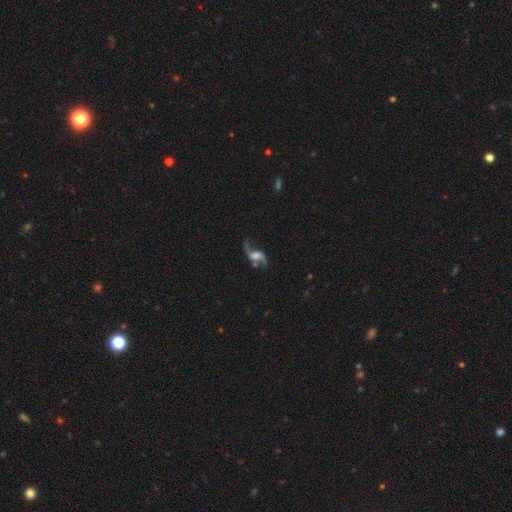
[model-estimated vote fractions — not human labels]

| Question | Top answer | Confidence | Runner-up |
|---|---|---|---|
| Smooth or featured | featured or disk | 82% | smooth (10%) |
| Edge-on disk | no | 96% | yes (4%) |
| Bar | weak | 43% | no (41%) |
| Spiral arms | yes | 94% | no (6%) |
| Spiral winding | loose | 86% | medium (11%) |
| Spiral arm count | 2 | 89% | 1 (6%) |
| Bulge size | moderate | 33% | small (25%) |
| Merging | none | 62% | minor disturbance (16%) |